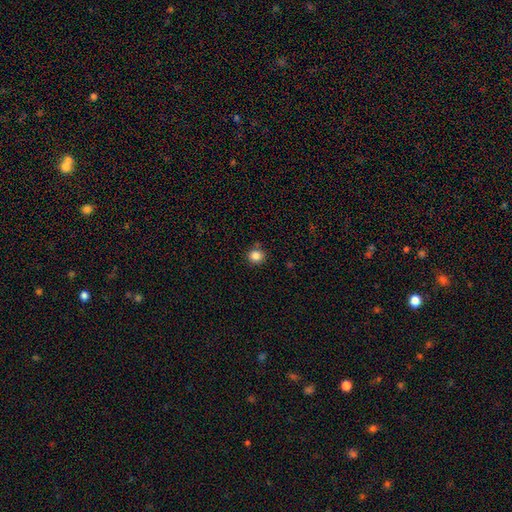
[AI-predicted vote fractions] This is clearly a smooth galaxy (85%). How rounded: clearly round (89%). Merging: clearly none (84%).